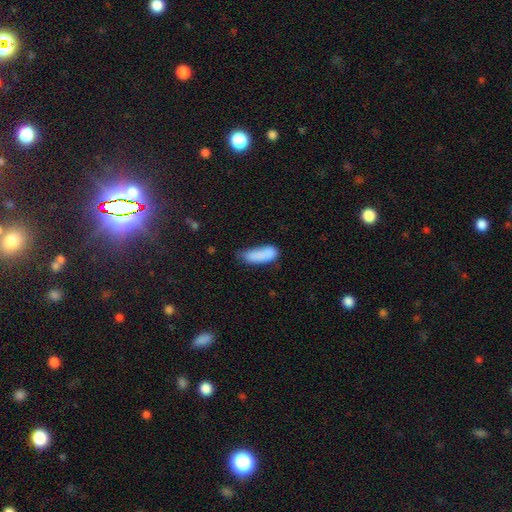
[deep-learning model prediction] Overall: smooth (83%). How rounded: in between (67%; cigar-shaped 31%). Merging: none (39%; minor disturbance 35%).